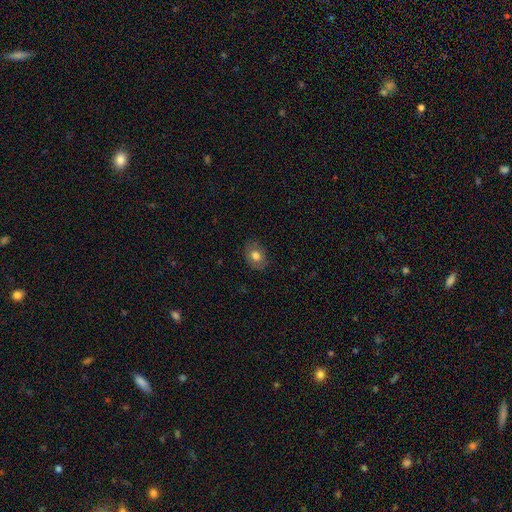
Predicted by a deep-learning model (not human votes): smooth_or_featured: smooth (p=0.76) [alt: featured or disk p=0.15]
how_rounded: in between (p=0.67) [alt: round p=0.32]
merging: none (p=0.83) [alt: minor disturbance p=0.13]